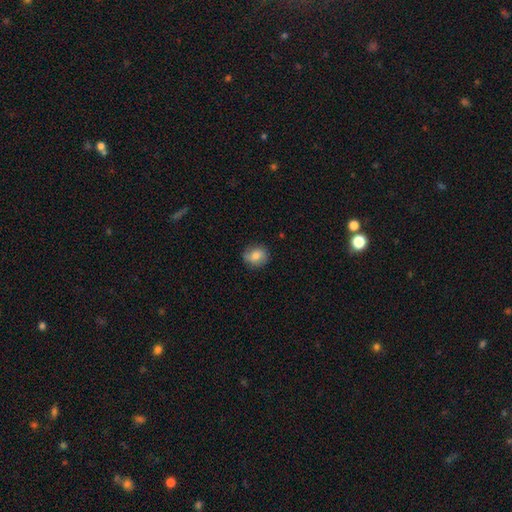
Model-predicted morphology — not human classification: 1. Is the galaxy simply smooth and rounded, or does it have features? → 78% smooth, 13% featured or disk, 8% star or artifact.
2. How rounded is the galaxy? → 72% round, 27% in between, 1% cigar-shaped.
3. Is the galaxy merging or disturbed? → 81% none, 15% minor disturbance, 3% major disturbance, 1% merger.